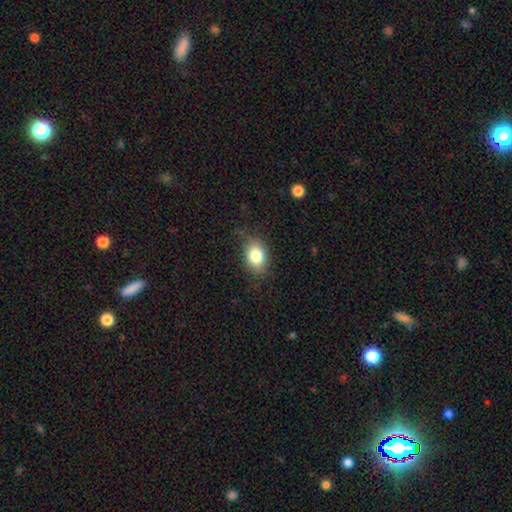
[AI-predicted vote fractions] Overall: smooth (81%). How rounded: in between (73%). Merging: none (78%).